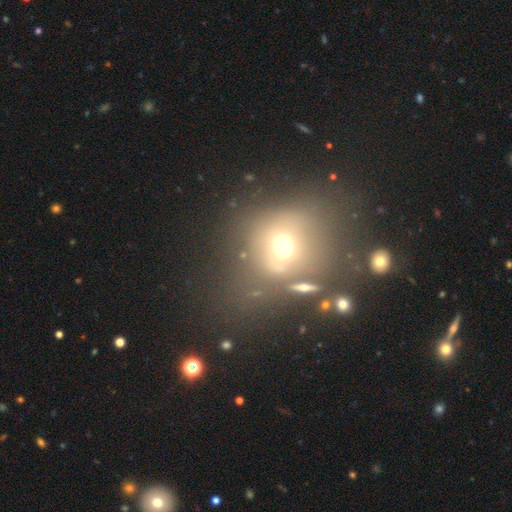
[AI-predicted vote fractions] smooth 50%, star or artifact 26%, featured or disk 24%. Down the decision tree: how rounded — round (70%); merging — none (52%).